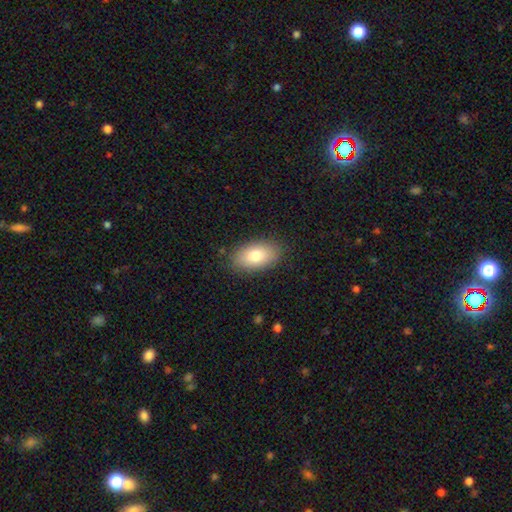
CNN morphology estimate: smooth_or_featured: smooth (p=0.80) [alt: featured or disk p=0.13]
how_rounded: in between (p=0.93) [alt: round p=0.05]
merging: none (p=0.86) [alt: minor disturbance p=0.10]